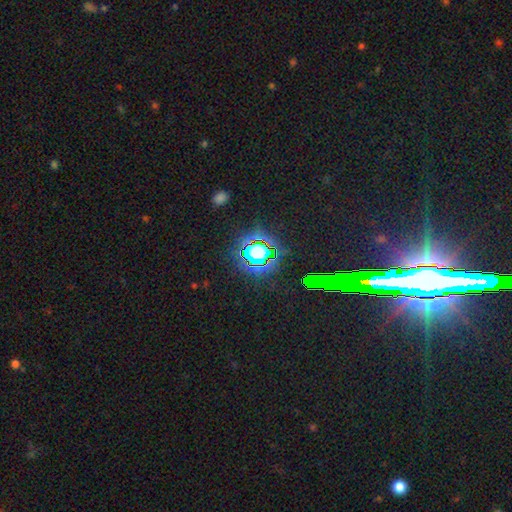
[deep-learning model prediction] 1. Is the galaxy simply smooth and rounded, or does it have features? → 84% star or artifact, 8% featured or disk, 8% smooth.